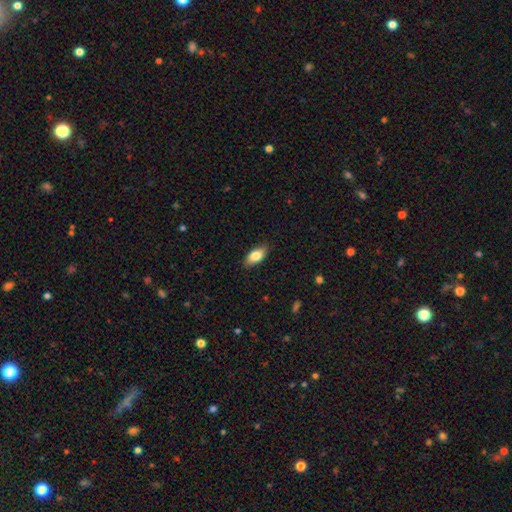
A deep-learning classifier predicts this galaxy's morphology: This is clearly a smooth galaxy (81%). How rounded: clearly in between (89%). Merging: clearly none (83%).